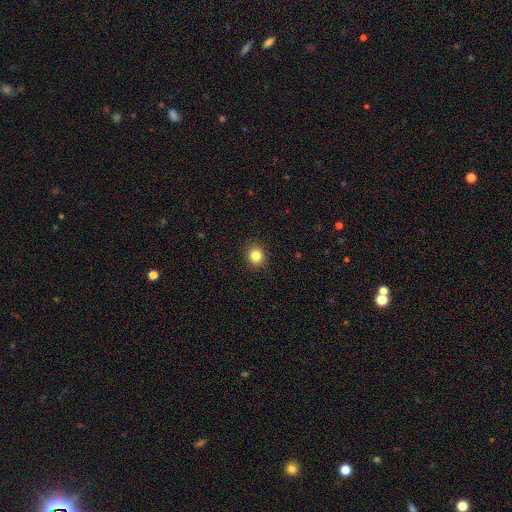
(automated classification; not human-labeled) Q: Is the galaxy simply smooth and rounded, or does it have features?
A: smooth — 84%.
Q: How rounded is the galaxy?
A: round — 81%.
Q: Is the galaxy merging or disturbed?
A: none — 90%.